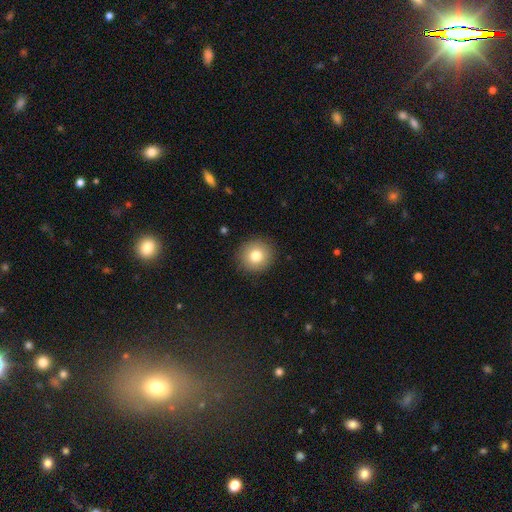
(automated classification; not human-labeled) A smooth galaxy with no disk features (79%) that is round (93%).

Vote fractions:
- Smooth or featured? smooth: 79% / featured or disk: 10% / star or artifact: 10%
- How rounded? round: 93% / in between: 6% / cigar-shaped: 1%
- Merging? none: 91% / minor disturbance: 6% / major disturbance: 2% / merger: 1%